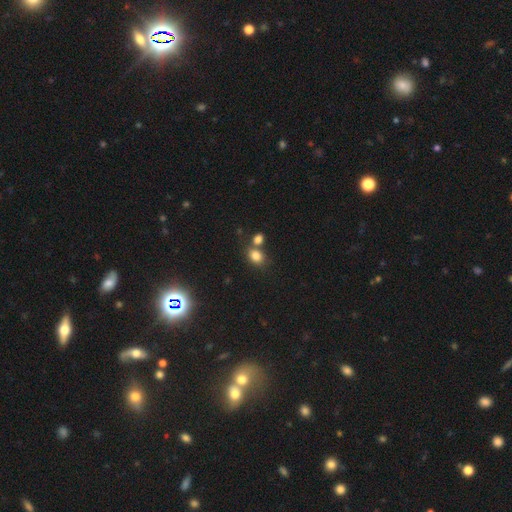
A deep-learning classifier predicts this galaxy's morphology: A smooth galaxy with no disk features (81%) that is in between round and cigar-shaped (57%).

Vote fractions:
- Smooth or featured? smooth: 81% / star or artifact: 12% / featured or disk: 7%
- How rounded? in between: 57% / round: 42% / cigar-shaped: 1%
- Merging? none: 53% / merger: 33% / minor disturbance: 11% / major disturbance: 4%